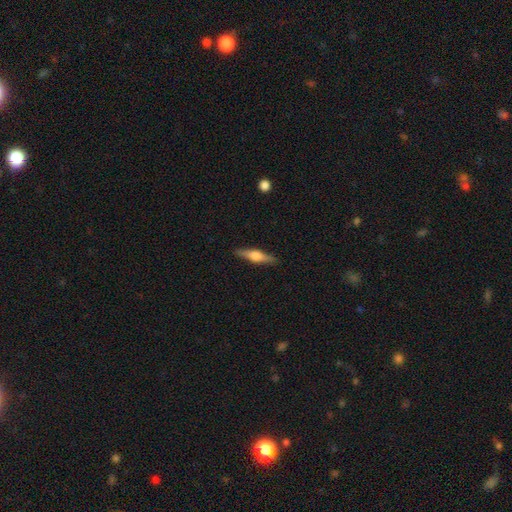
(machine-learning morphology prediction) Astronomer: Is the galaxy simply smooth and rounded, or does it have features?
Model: featured or disk — 56% (runner-up: smooth, 38%).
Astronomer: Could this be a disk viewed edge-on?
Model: yes — 96%.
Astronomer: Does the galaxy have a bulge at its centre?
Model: rounded — 87%.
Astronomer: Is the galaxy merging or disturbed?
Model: none — 89%.